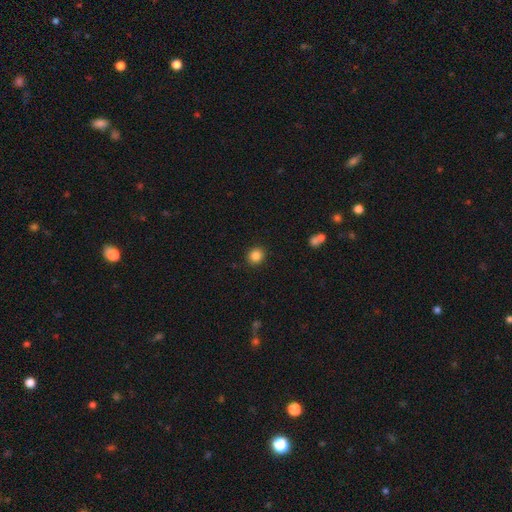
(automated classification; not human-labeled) Smooth or featured?
  - smooth: 86% *
  - star or artifact: 10%
  - featured or disk: 4%
How rounded?
  - round: 84% *
  - in between: 15%
  - cigar-shaped: 1%
Merging?
  - none: 91% *
  - minor disturbance: 6%
  - major disturbance: 2%
  - merger: 1%